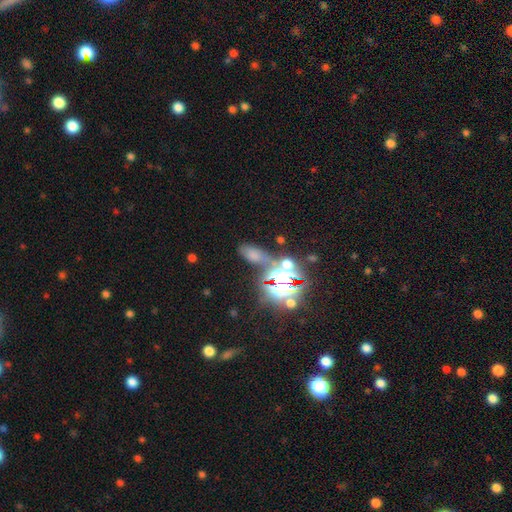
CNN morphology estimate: Smooth or featured? Predicted: smooth (p=0.44). Merging? Predicted: none (p=0.50).